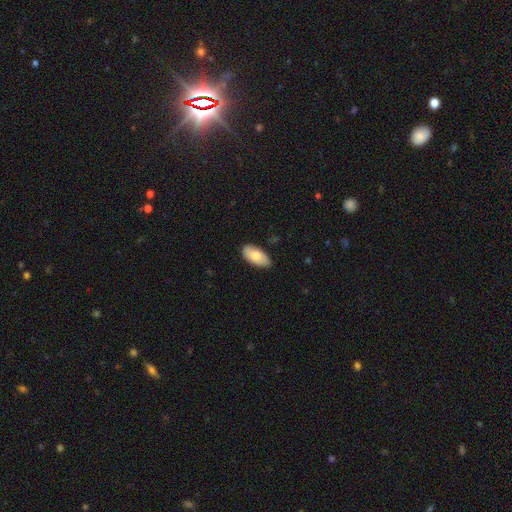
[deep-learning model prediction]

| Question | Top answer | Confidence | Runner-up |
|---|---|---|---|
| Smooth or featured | smooth | 77% | featured or disk (17%) |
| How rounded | in between | 94% | cigar-shaped (3%) |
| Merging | none | 82% | minor disturbance (15%) |